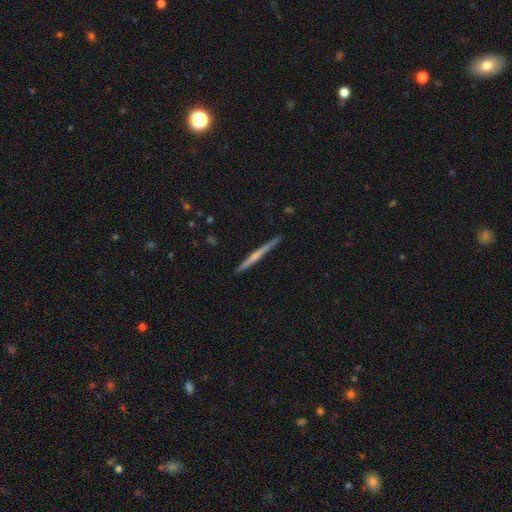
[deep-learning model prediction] A featured or disk galaxy (59%) viewed edge-on (98%) with no central bulge (56%).

Vote fractions:
- Smooth or featured? featured or disk: 59% / smooth: 35% / star or artifact: 6%
- Edge-on disk? yes: 98% / no: 2%
- Edge-on bulge? none: 56% / rounded: 35% / boxy: 9%
- Merging? none: 89% / minor disturbance: 8% / major disturbance: 1% / merger: 1%